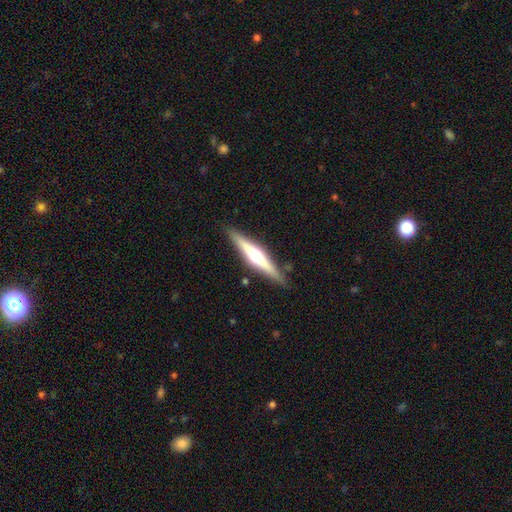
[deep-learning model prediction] A featured or disk galaxy (67%) viewed edge-on (97%) with a rounded central bulge (89%). Merging: none (87%).